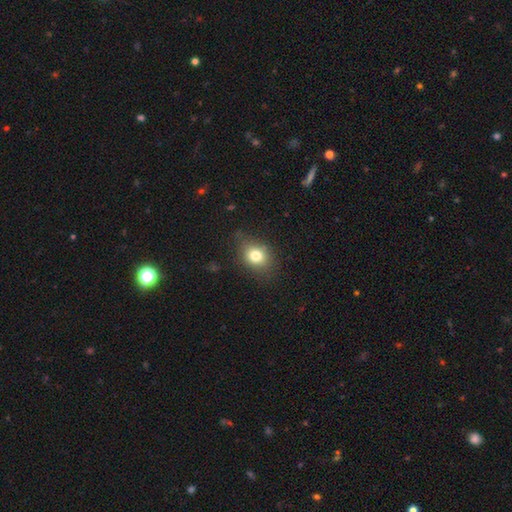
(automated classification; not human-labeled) This appears to be a smooth galaxy with no disk features (77%) that is in between round and cigar-shaped (51%). Merging: none (76%).